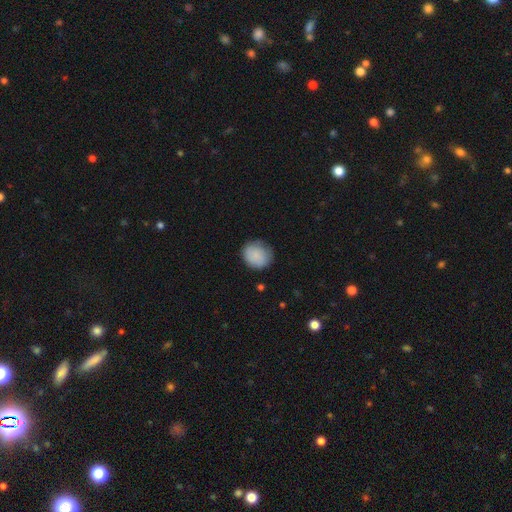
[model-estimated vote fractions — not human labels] This is clearly a smooth galaxy (85%). How rounded: likely round (79%). Merging: likely none (76%).